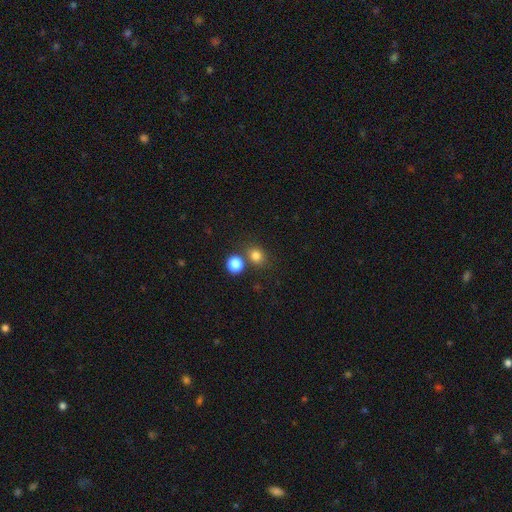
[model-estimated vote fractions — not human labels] This appears to be a smooth galaxy with no disk features (79%) that is round (76%). Merging: none (70%).